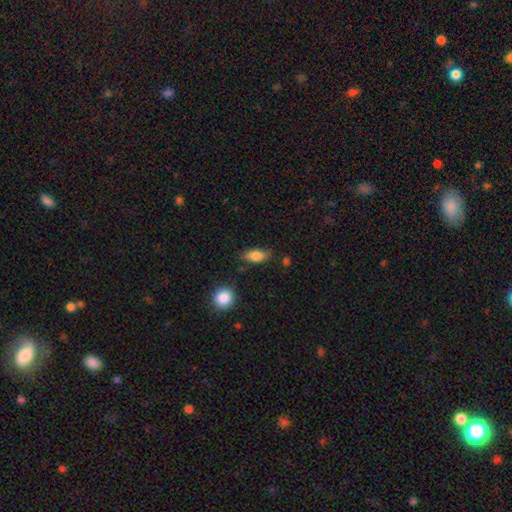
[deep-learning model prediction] Smooth or featured?
  - smooth: 84% *
  - featured or disk: 8%
  - star or artifact: 8%
How rounded?
  - in between: 87% *
  - cigar-shaped: 7%
  - round: 6%
Merging?
  - none: 75% *
  - minor disturbance: 17%
  - major disturbance: 4%
  - merger: 3%